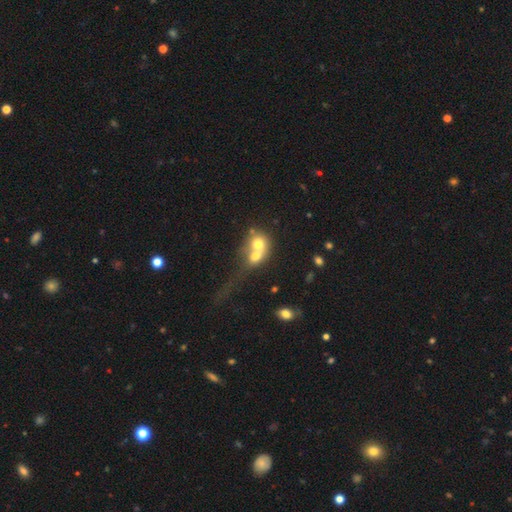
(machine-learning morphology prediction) This is likely a smooth galaxy (63%). How rounded: likely round (61%). Merging: likely merger (74%).